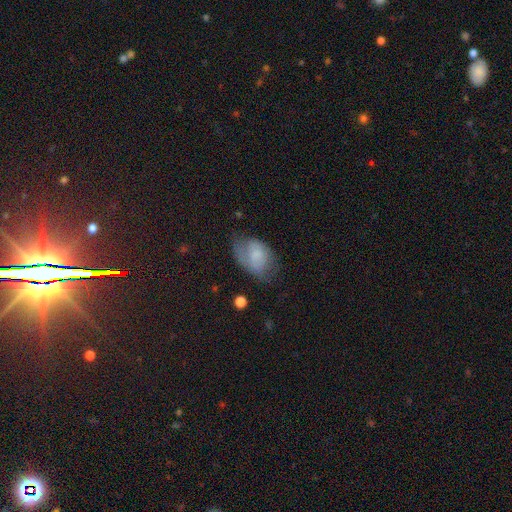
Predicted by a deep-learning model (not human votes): Q: Smooth or featured?
A: smooth (65%); runner-up: featured or disk (27%)
Q: How rounded?
A: in between (87%); runner-up: round (12%)
Q: Merging?
A: none (45%); runner-up: minor disturbance (34%)